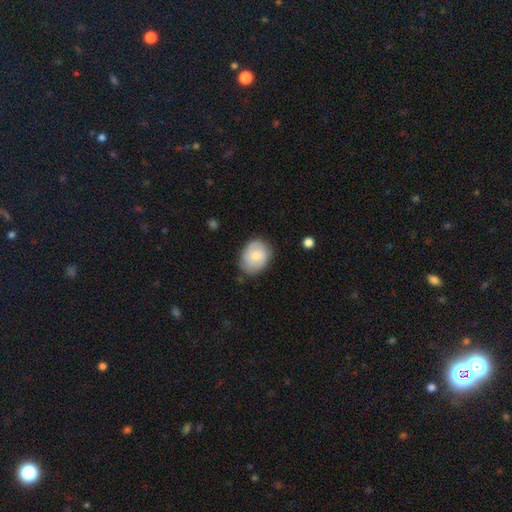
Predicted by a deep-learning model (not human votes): smooth-or-featured: smooth: 66% | featured or disk: 28% | star or artifact: 6%
  how-rounded: in between: 57% | round: 42% | cigar-shaped: 1%
  merging: none: 74% | minor disturbance: 20% | major disturbance: 4% | merger: 2%